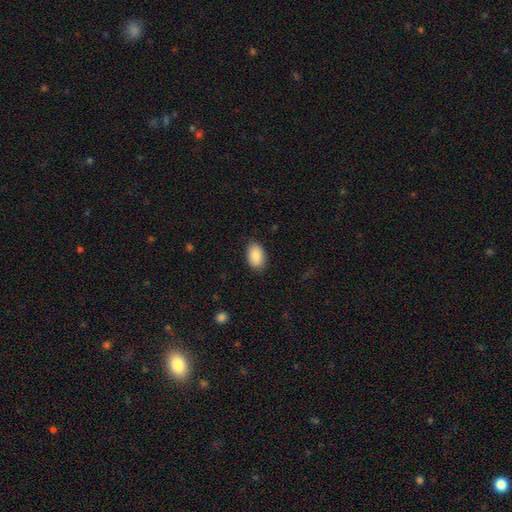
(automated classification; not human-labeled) The model was most divided on "merging": none: 86%, minor disturbance: 11%, major disturbance: 2%, merger: 1%. More confident: how rounded — in between (91%); smooth or featured — smooth (88%).